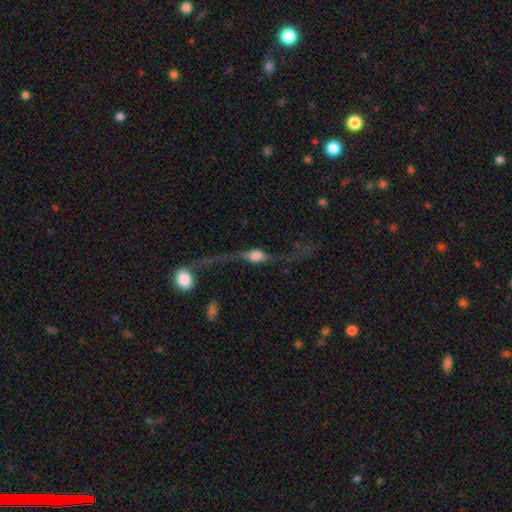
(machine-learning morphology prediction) A featured or disk galaxy (72%) viewed edge-on (62%).

Vote fractions:
- Smooth or featured? featured or disk: 72% / smooth: 20% / star or artifact: 8%
- Edge-on disk? yes: 62% / no: 38%
- Merging? none: 40% / major disturbance: 31% / minor disturbance: 15% / merger: 14%